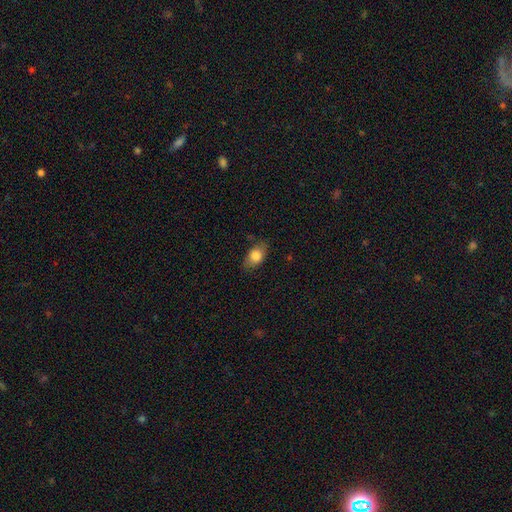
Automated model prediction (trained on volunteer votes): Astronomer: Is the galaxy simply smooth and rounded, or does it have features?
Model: smooth — 79%.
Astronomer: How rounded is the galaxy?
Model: in between — 84%.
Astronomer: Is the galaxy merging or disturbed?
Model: none — 77%.